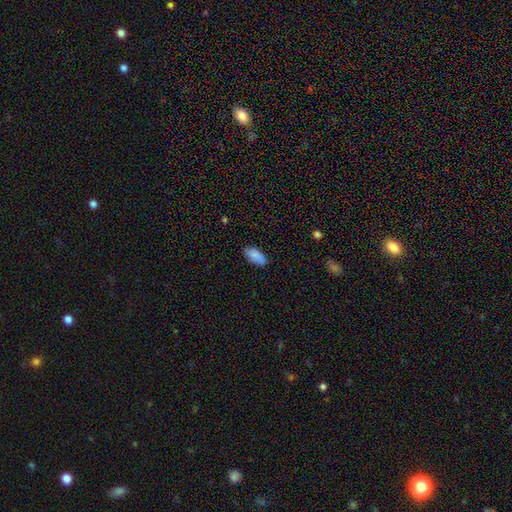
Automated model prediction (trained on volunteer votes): This appears to be a smooth galaxy with no disk features (84%) that is in between round and cigar-shaped (91%). Merging: none (81%).